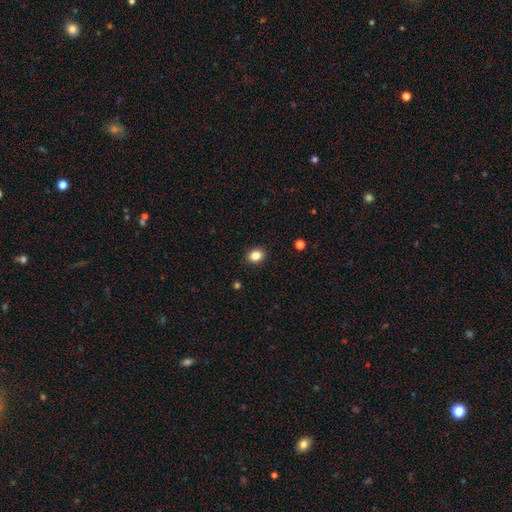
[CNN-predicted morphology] This appears to be a smooth galaxy with no disk features (85%) that is round (57%). Merging: none (91%).